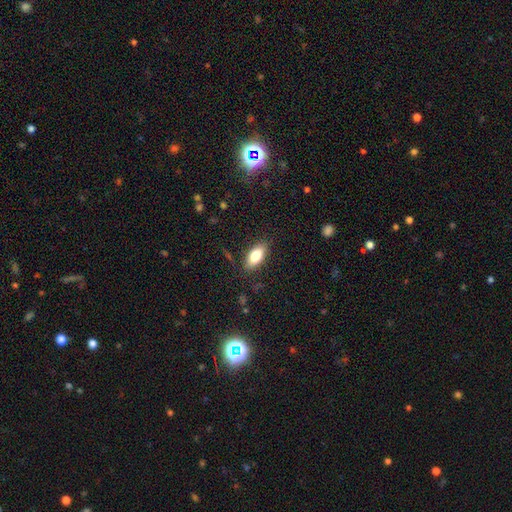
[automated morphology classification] A smooth galaxy with no disk features (79%) that is in between round and cigar-shaped (85%). Merging: none (85%).